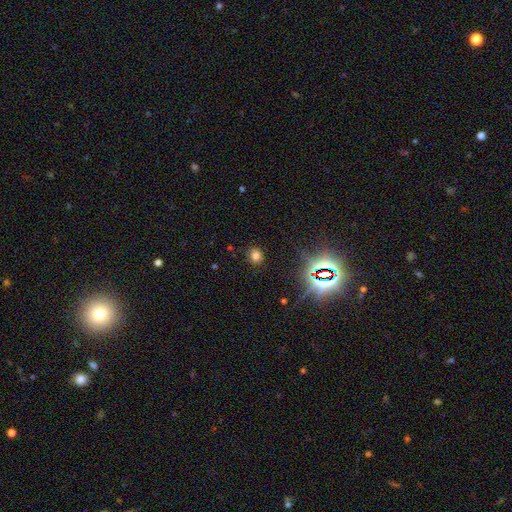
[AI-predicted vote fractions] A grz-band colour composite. It shows a smooth galaxy with no disk features (71%) that is round (78%). Merging: none (87%).